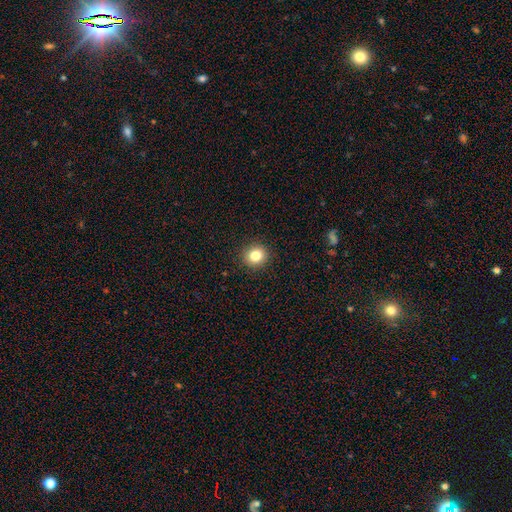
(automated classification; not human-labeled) This appears to be a smooth galaxy with no disk features (82%) that is round (89%). Merging: none (92%).